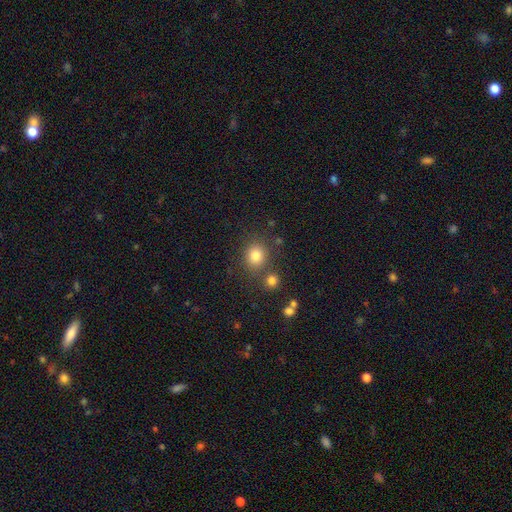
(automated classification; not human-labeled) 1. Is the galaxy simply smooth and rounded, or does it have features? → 80% smooth, 13% star or artifact, 7% featured or disk.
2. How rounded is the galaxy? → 79% round, 20% in between, 1% cigar-shaped.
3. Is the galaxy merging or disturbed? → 75% none, 11% merger, 10% minor disturbance, 4% major disturbance.